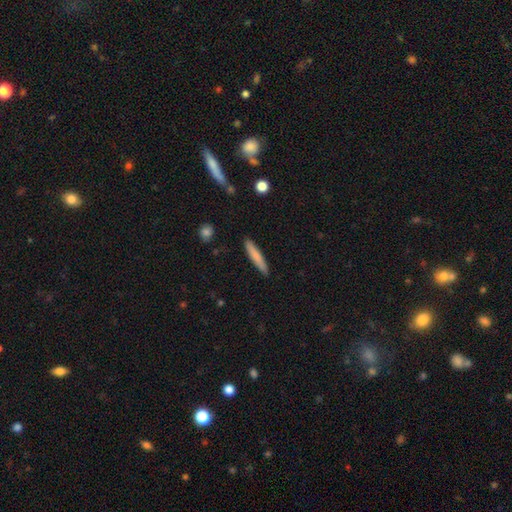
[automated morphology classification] Smooth or featured: smooth — 77% (featured or disk — 17%)
How rounded: cigar-shaped — 93% (in between — 6%)
Merging: none — 89% (minor disturbance — 8%)